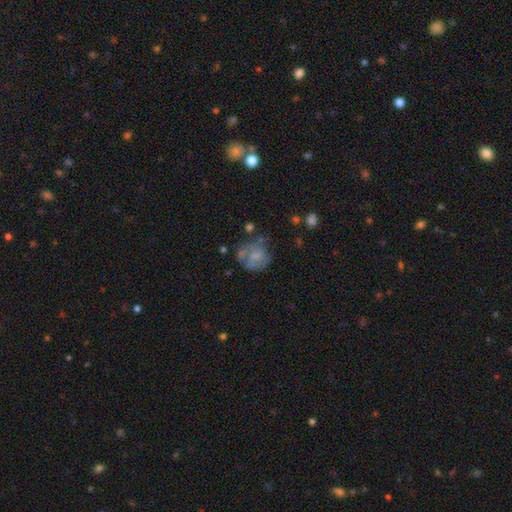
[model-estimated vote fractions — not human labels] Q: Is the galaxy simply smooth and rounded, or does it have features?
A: featured or disk — 48%.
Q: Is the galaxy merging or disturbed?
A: none — 48%.